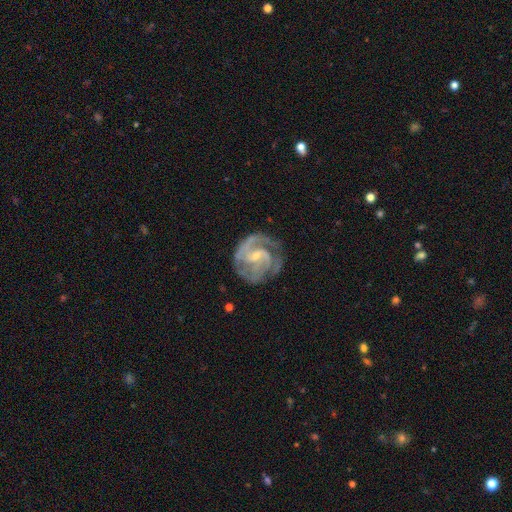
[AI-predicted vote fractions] Q: Smooth or featured?
A: featured or disk (88%); runner-up: smooth (7%)
Q: Edge-on disk?
A: no (98%); runner-up: yes (2%)
Q: Bar?
A: weak (50%); runner-up: no (33%)
Q: Spiral arms?
A: yes (96%); runner-up: no (4%)
Q: Spiral winding?
A: tight (51%); runner-up: medium (41%)
Q: Spiral arm count?
A: 2 (39%); runner-up: 3 (29%)
Q: Bulge size?
A: small (65%); runner-up: moderate (30%)
Q: Merging?
A: none (69%); runner-up: minor disturbance (19%)